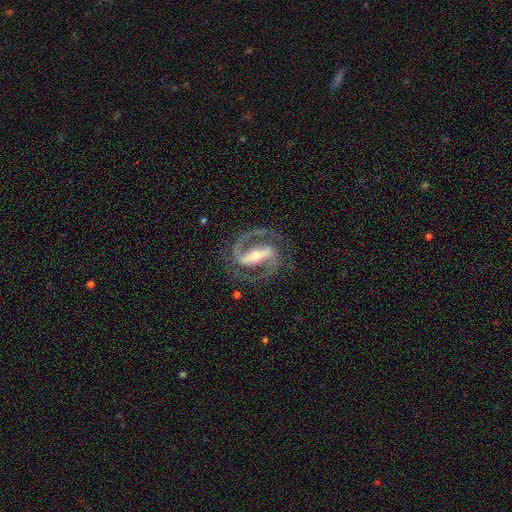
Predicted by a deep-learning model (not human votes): Morphology: type=featured or disk (93%); edge-on=no (97%); bar=strong (75%); spiral arms=yes (98%); winding=medium (59%); arm count=2 (94%); bulge=moderate (48%); merging=none (84%).